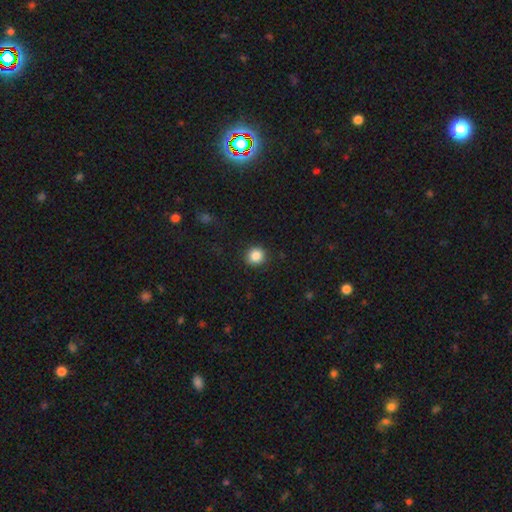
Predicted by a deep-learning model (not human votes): Smooth or featured? Predicted: smooth (p=0.86). How rounded? Predicted: round (p=0.91). Merging? Predicted: none (p=0.91).